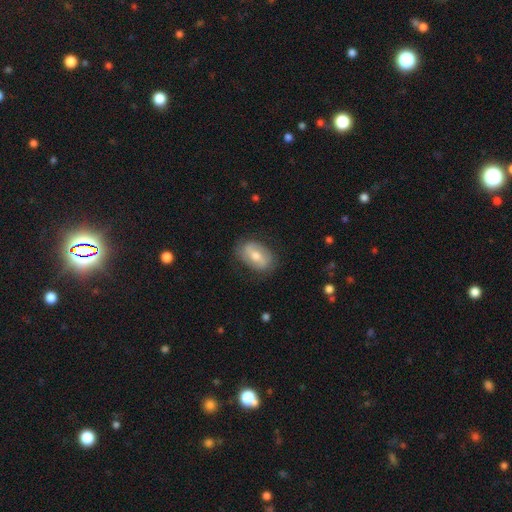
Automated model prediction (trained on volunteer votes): Smooth or featured?
  - featured or disk: 47% * (tied)
  - smooth: 47% * (tied)
  - star or artifact: 6%
Merging?
  - none: 78% *
  - minor disturbance: 16%
  - major disturbance: 5%
  - merger: 1%